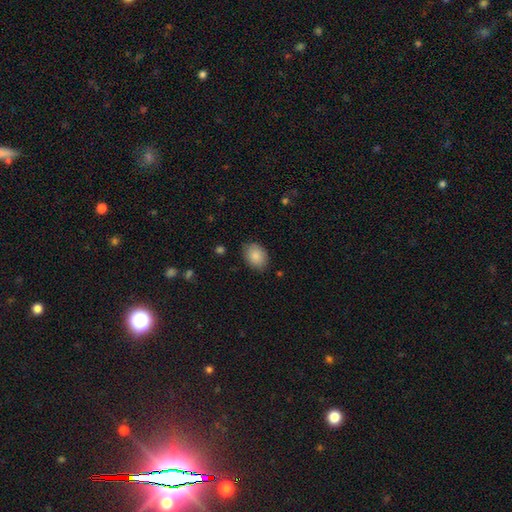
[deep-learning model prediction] Smooth or featured? Predicted: smooth (p=0.87). How rounded? Predicted: in between (p=0.76). Merging? Predicted: none (p=0.83).